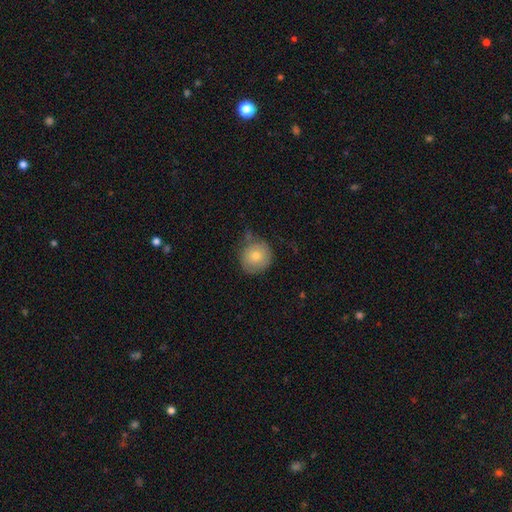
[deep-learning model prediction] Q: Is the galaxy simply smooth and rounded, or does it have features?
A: smooth — 73%.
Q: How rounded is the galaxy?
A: round — 92%.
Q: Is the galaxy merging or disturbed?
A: none — 66%.